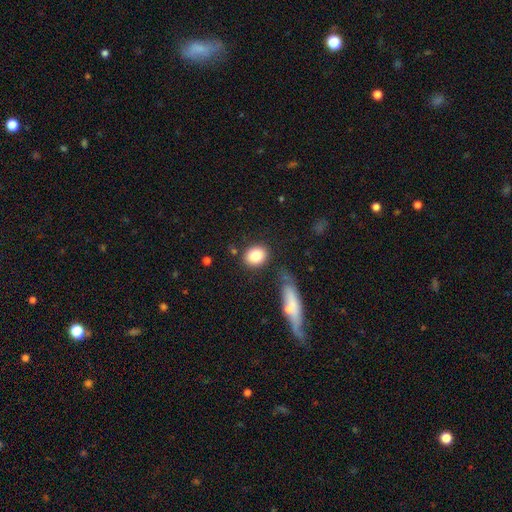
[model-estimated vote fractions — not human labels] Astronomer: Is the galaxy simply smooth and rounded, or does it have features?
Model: smooth — 84%.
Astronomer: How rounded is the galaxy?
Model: in between — 52% (runner-up: round, 46%).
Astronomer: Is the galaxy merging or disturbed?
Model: none — 78%.